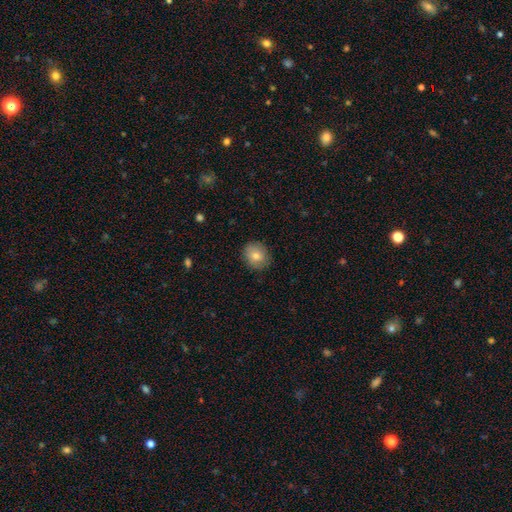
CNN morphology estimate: This appears to be a smooth galaxy with no disk features (76%) that is round (73%). Merging: none (86%).